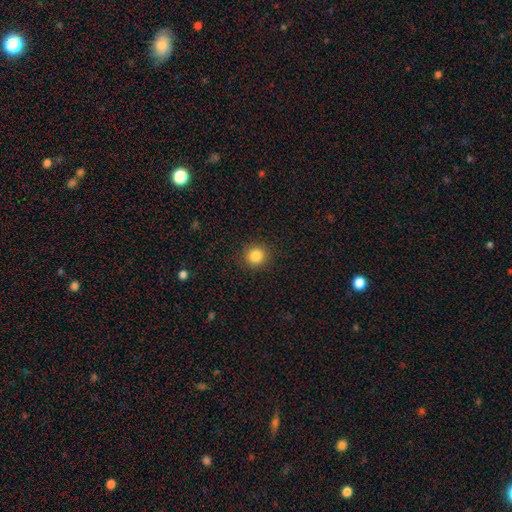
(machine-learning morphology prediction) Smooth or featured: smooth — 86% (star or artifact — 10%)
How rounded: round — 91% (in between — 8%)
Merging: none — 91% (minor disturbance — 6%)